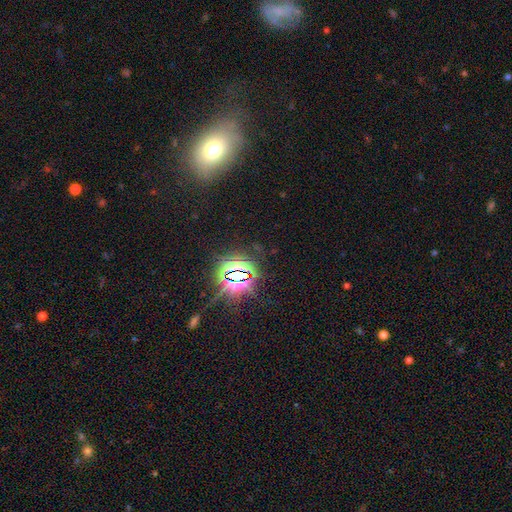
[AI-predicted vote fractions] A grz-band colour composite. It shows a star or artifact, not a galaxy (76%).